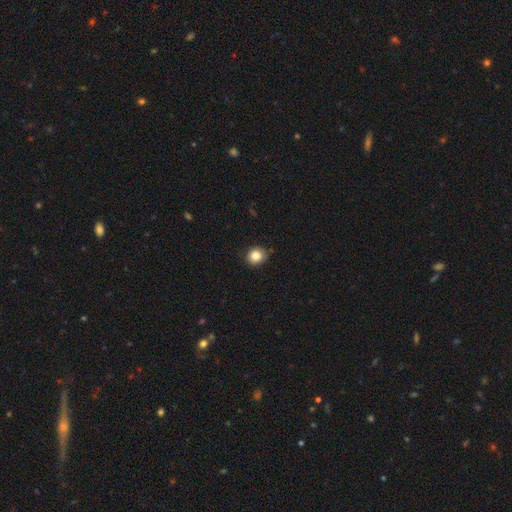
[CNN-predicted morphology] smooth-or-featured: smooth: 85% | star or artifact: 10% | featured or disk: 5%
  how-rounded: round: 82% | in between: 17% | cigar-shaped: 1%
  merging: none: 84% | minor disturbance: 12% | major disturbance: 2% | merger: 1%